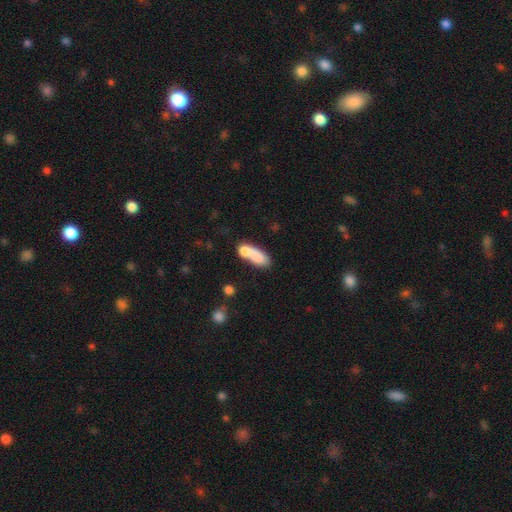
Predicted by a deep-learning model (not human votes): Morphology: type=smooth (76%); roundness=in between (72%); merging=merger (49%).